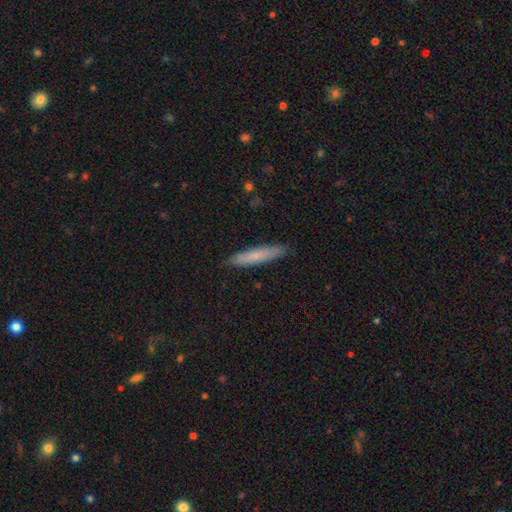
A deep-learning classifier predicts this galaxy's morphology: This appears to be a smooth galaxy with no disk features (72%) that is cigar-shaped (90%). Merging: none (89%).